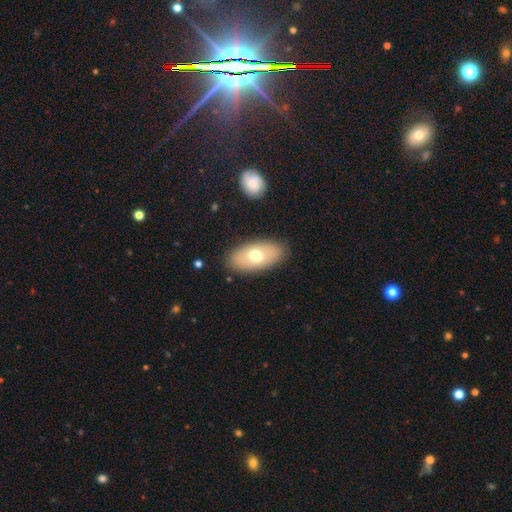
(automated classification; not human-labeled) Smooth or featured: smooth — 67% (featured or disk — 26%)
How rounded: in between — 93% (round — 4%)
Merging: none — 86% (minor disturbance — 10%)